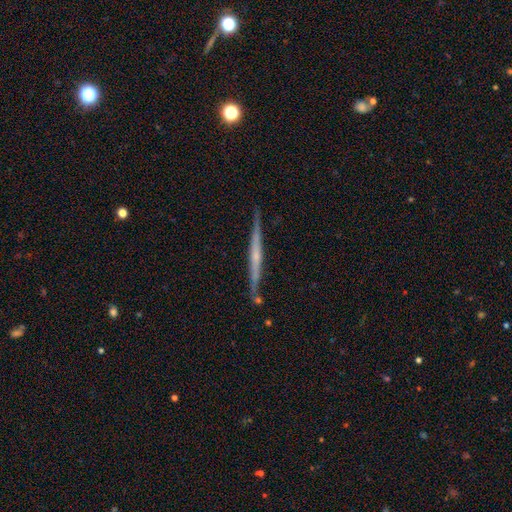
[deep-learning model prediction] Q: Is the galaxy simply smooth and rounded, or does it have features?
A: featured or disk — 70%.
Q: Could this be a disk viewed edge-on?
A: yes — 98%.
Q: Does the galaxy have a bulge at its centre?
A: none — 55%.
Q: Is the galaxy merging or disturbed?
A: none — 87%.